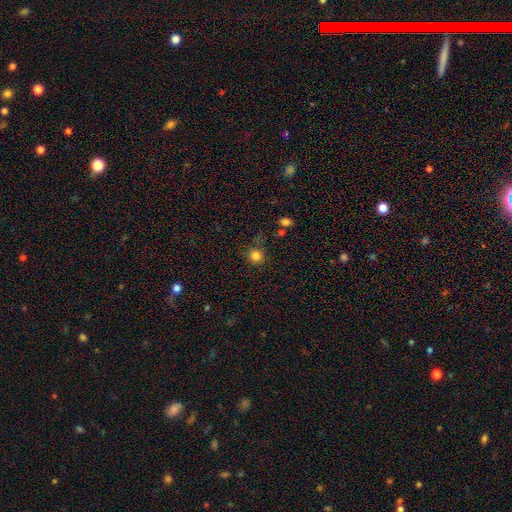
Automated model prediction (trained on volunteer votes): Overall: smooth (83%). How rounded: round (92%). Merging: none (75%).